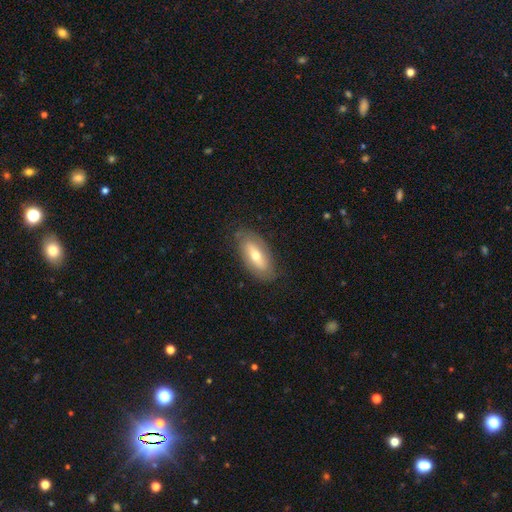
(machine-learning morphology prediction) smooth 52%, featured or disk 41%, star or artifact 7%. Down the decision tree: how rounded — in between (83%); merging — none (81%).